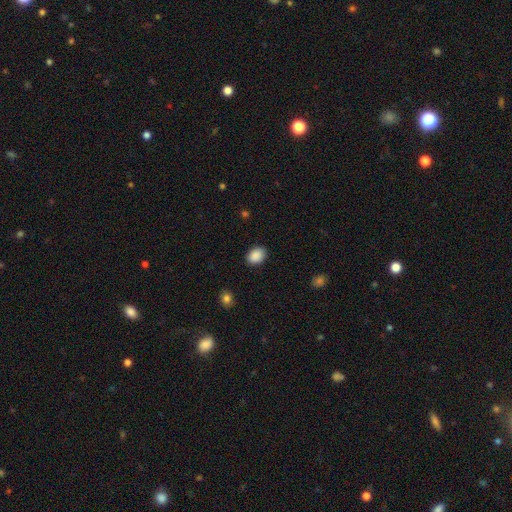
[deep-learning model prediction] Q: Smooth or featured?
A: smooth (90%); runner-up: star or artifact (8%)
Q: How rounded?
A: in between (69%); runner-up: round (30%)
Q: Merging?
A: none (88%); runner-up: minor disturbance (8%)